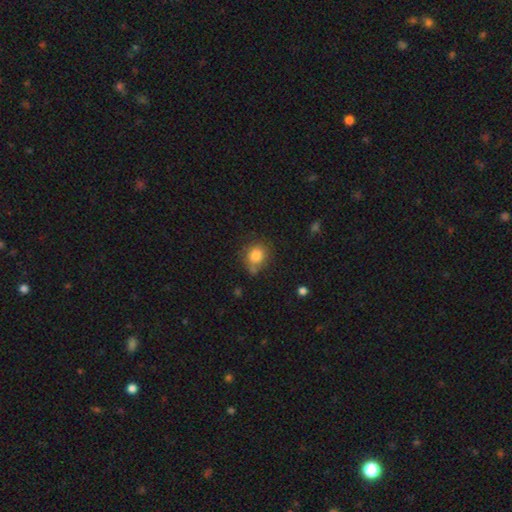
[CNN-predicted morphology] smooth-or-featured: smooth: 83% | star or artifact: 10% | featured or disk: 7%
  how-rounded: round: 72% | in between: 27% | cigar-shaped: 1%
  merging: none: 68% | minor disturbance: 18% | merger: 9% | major disturbance: 5%